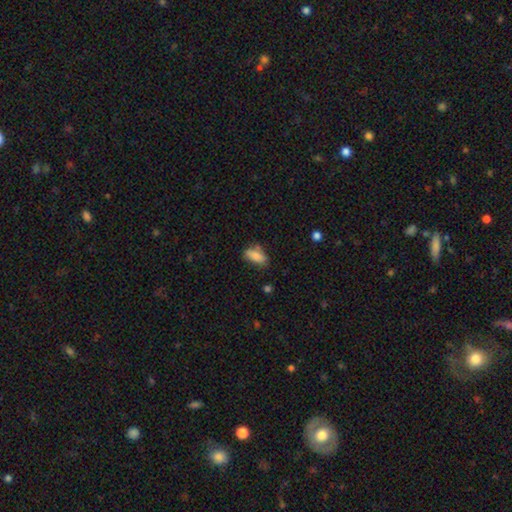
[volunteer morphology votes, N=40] This appears to be a smooth galaxy with no disk features (70%) that is in between round and cigar-shaped (86%). Merging: none (47%).